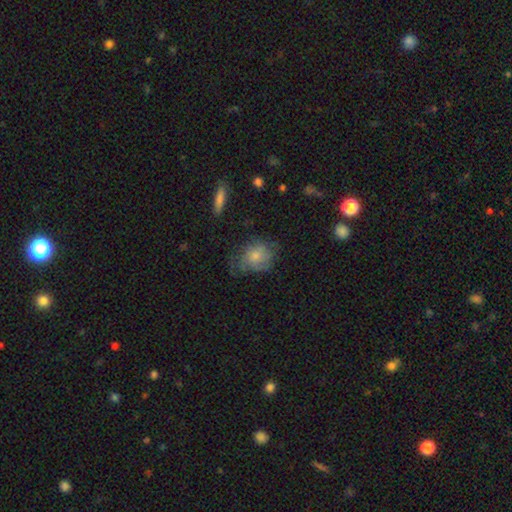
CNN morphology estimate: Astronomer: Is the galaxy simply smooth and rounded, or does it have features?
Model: smooth — 58%.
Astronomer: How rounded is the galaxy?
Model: round — 52% (runner-up: in between, 46%).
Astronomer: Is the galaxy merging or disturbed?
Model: none — 54% (runner-up: minor disturbance, 30%).